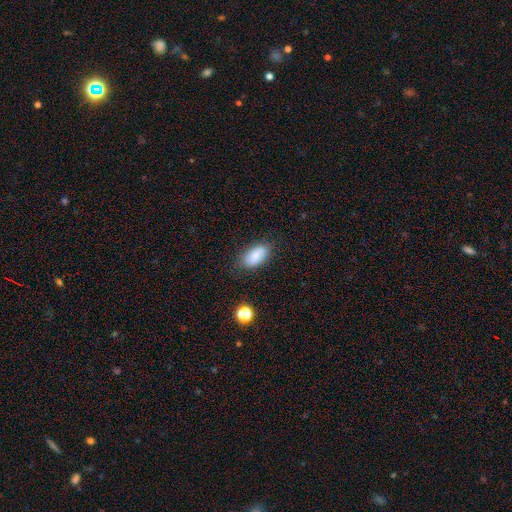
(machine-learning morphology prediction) A smooth galaxy with no disk features (82%) that is in between round and cigar-shaped (92%).

Vote fractions:
- Smooth or featured? smooth: 82% / featured or disk: 10% / star or artifact: 8%
- How rounded? in between: 92% / cigar-shaped: 4% / round: 4%
- Merging? none: 77% / minor disturbance: 17% / major disturbance: 4% / merger: 2%